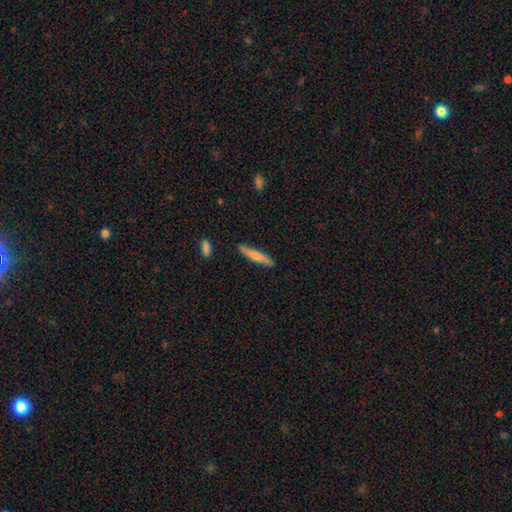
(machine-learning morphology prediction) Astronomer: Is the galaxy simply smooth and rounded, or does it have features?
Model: smooth — 68%.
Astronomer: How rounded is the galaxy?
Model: cigar-shaped — 91%.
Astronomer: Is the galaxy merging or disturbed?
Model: none — 83%.